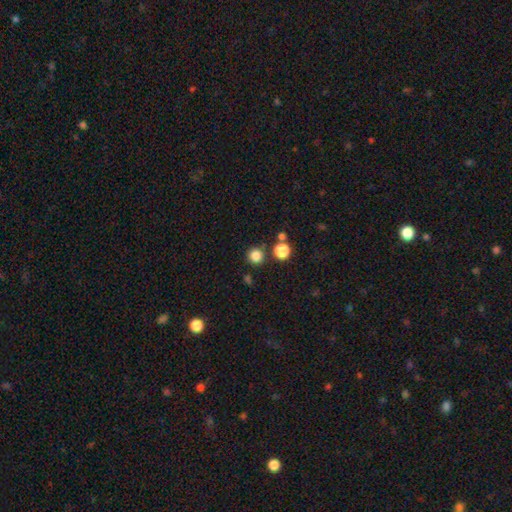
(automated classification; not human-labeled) Morphology: type=smooth (83%); roundness=round (95%); merging=none (84%).